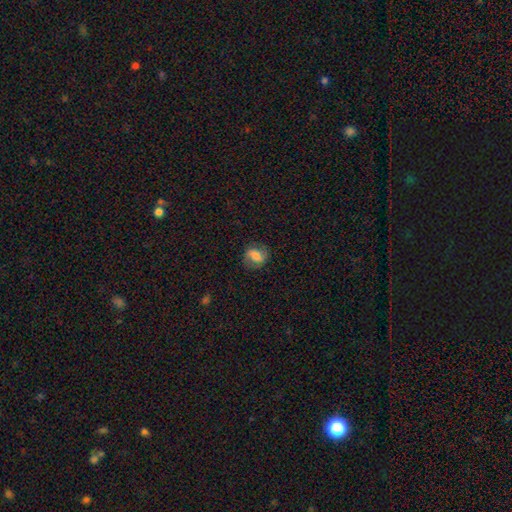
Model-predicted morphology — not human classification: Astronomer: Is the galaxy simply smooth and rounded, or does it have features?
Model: smooth — 53% (runner-up: featured or disk, 38%).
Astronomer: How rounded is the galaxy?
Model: round — 51% (runner-up: in between, 47%).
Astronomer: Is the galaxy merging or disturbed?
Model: none — 76%.